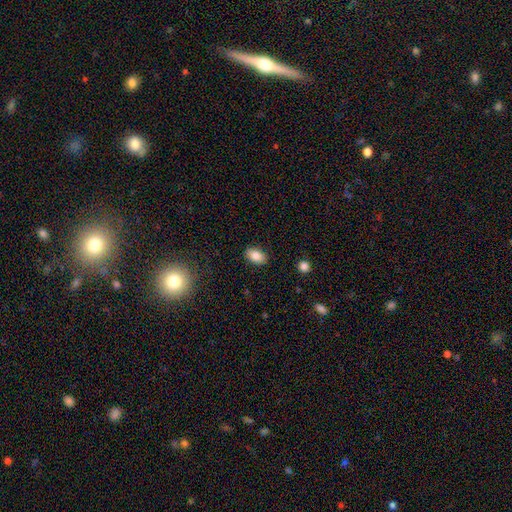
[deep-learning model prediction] Smooth or featured?
  - smooth: 84% *
  - star or artifact: 9%
  - featured or disk: 7%
How rounded?
  - in between: 90% *
  - round: 9%
  - cigar-shaped: 2%
Merging?
  - none: 87% *
  - minor disturbance: 9%
  - major disturbance: 2%
  - merger: 1%